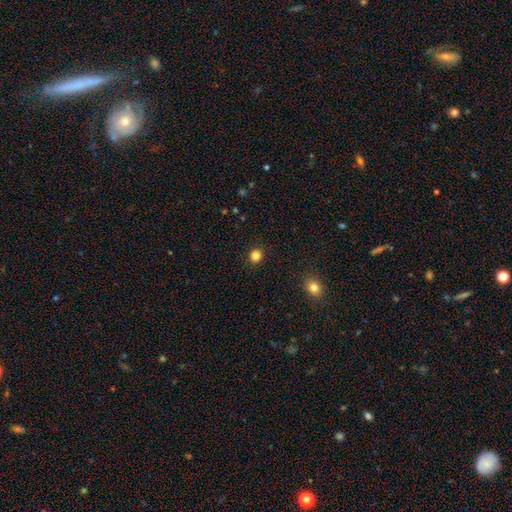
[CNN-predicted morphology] A smooth galaxy with no disk features (84%) that is round (88%). Merging: none (92%).